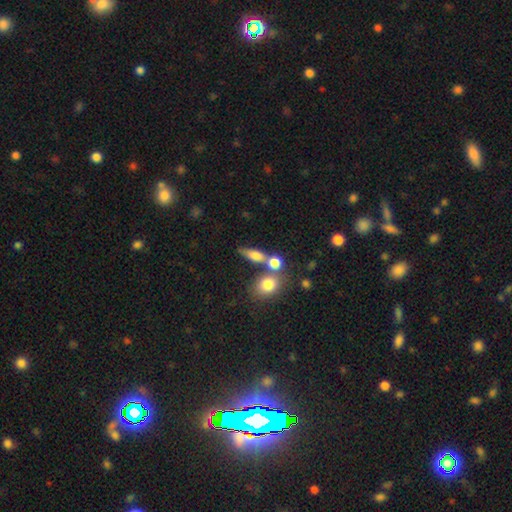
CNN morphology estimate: Overall: smooth (70%). How rounded: in between (49%; round 27%). Merging: none (51%; merger 29%).